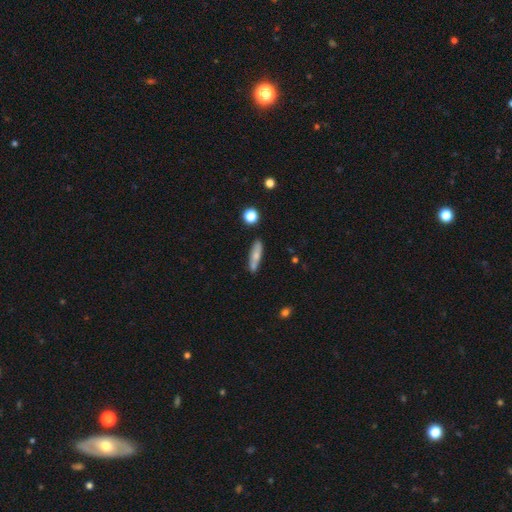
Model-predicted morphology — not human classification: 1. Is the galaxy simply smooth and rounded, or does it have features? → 67% smooth, 25% featured or disk, 8% star or artifact.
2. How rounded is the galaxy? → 73% cigar-shaped, 24% in between, 3% round.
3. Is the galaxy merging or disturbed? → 75% none, 16% minor disturbance, 6% merger, 3% major disturbance.